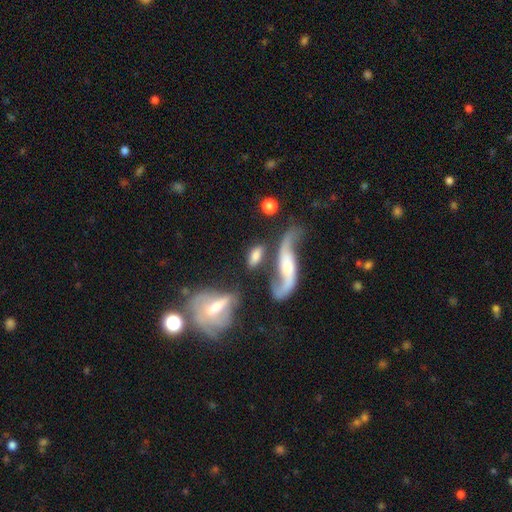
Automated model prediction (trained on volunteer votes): A smooth galaxy with no disk features (54%) that is in between round and cigar-shaped (79%).

Vote fractions:
- Smooth or featured? smooth: 54% / featured or disk: 38% / star or artifact: 8%
- How rounded? in between: 79% / cigar-shaped: 13% / round: 8%
- Merging? none: 44% / merger: 28% / minor disturbance: 16% / major disturbance: 12%